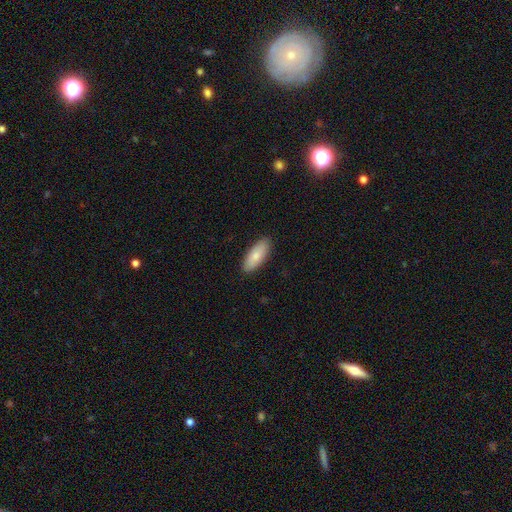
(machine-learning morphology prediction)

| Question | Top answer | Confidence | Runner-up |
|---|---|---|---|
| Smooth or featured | smooth | 81% | featured or disk (13%) |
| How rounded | in between | 78% | cigar-shaped (20%) |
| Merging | none | 89% | minor disturbance (8%) |